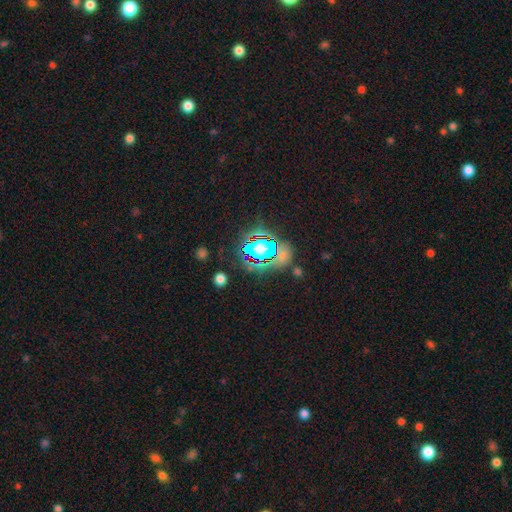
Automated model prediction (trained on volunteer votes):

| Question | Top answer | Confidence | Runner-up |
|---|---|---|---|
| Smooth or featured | star or artifact | 75% | smooth (15%) |